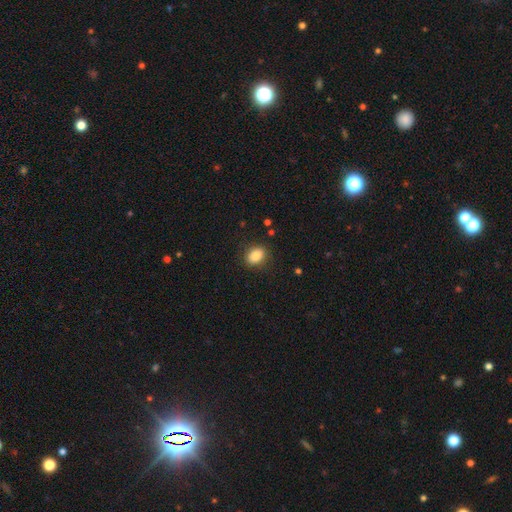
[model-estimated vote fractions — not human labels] A smooth galaxy with no disk features (86%) that is in between round and cigar-shaped (69%).

Vote fractions:
- Smooth or featured? smooth: 86% / star or artifact: 9% / featured or disk: 5%
- How rounded? in between: 69% / round: 30% / cigar-shaped: 1%
- Merging? none: 86% / minor disturbance: 10% / major disturbance: 3% / merger: 1%